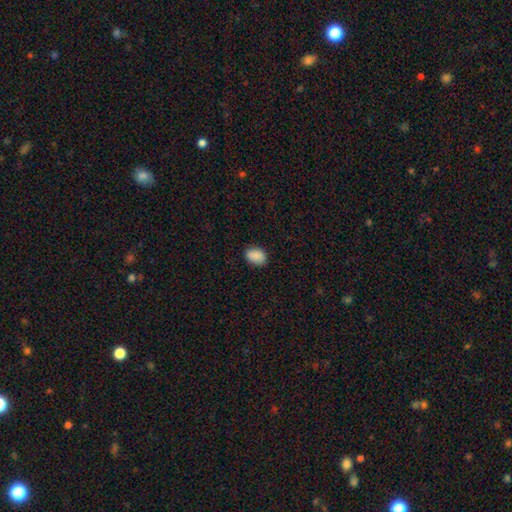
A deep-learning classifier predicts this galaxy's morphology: Smooth or featured?
  - smooth: 88% *
  - star or artifact: 7%
  - featured or disk: 4%
How rounded?
  - in between: 78% *
  - round: 20%
  - cigar-shaped: 1%
Merging?
  - none: 84% *
  - minor disturbance: 13%
  - major disturbance: 3%
  - merger: 1%